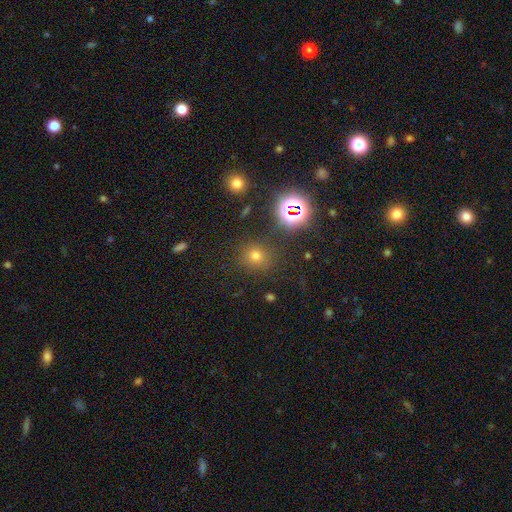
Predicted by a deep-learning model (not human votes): This is likely a smooth galaxy (63%). How rounded: clearly round (87%). Merging: clearly none (85%).